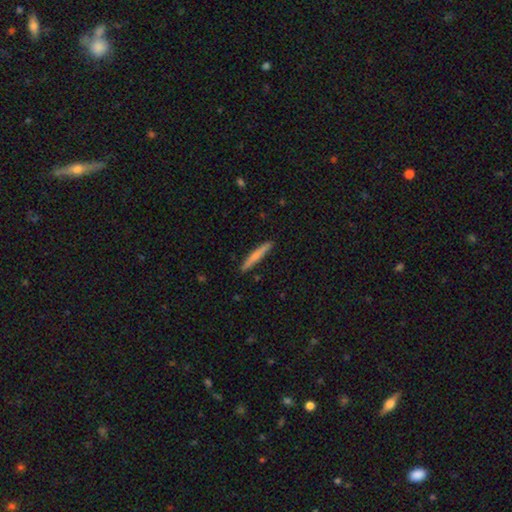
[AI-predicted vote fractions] Morphology: type=smooth (65%); roundness=cigar-shaped (95%); merging=none (89%).